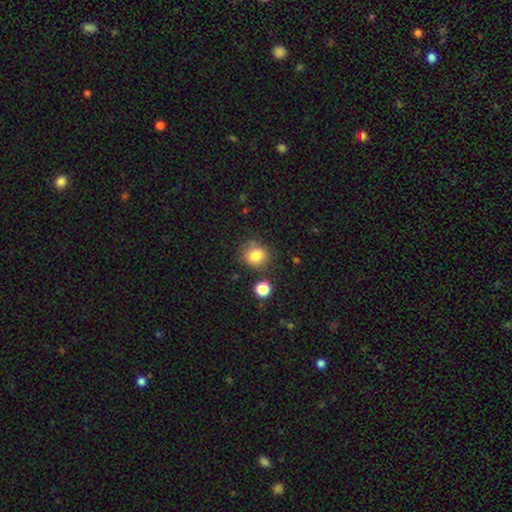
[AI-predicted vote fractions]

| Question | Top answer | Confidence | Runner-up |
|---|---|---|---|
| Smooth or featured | smooth | 82% | star or artifact (11%) |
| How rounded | round | 79% | in between (20%) |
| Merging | none | 74% | minor disturbance (15%) |